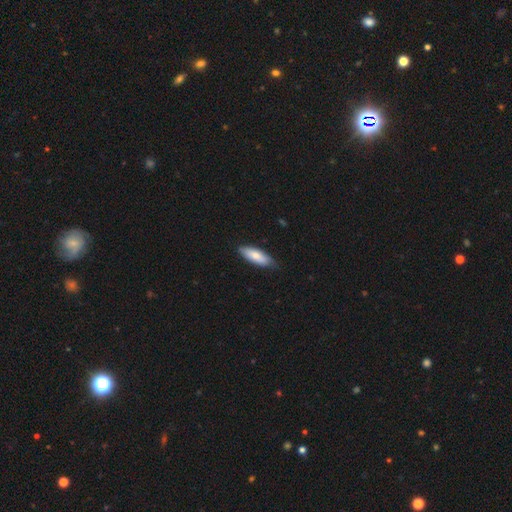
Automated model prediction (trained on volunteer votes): Smooth or featured? smooth (76%)
How rounded? in between (67%)
Merging? none (75%)